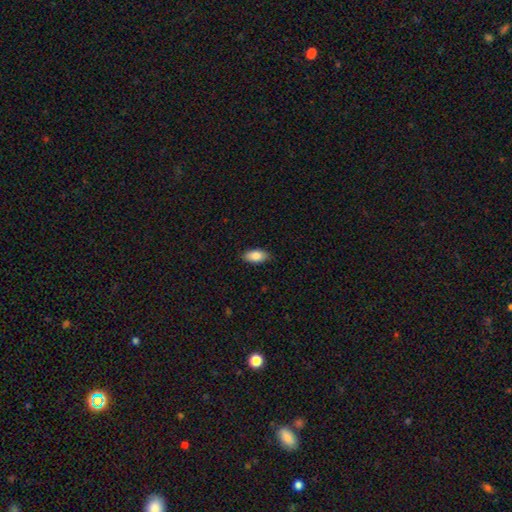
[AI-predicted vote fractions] Smooth or featured? Predicted: smooth (p=0.85). How rounded? Predicted: in between (p=0.91). Merging? Predicted: none (p=0.86).